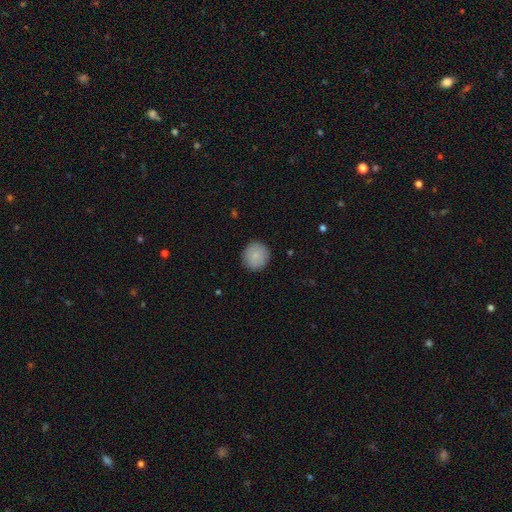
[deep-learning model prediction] Overall: smooth (86%). How rounded: round (91%). Merging: none (89%).